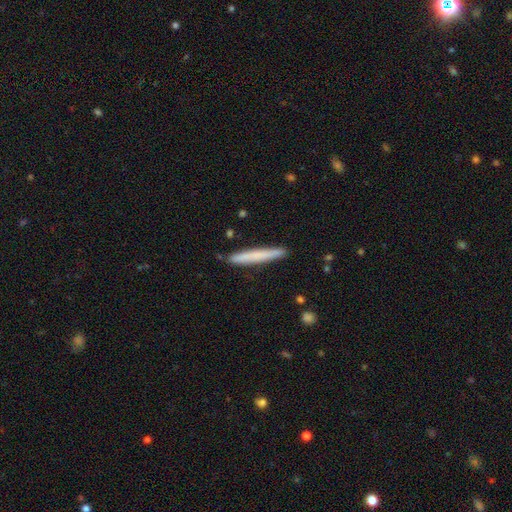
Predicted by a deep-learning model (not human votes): Morphology: type=smooth (69%); roundness=cigar-shaped (97%); merging=none (90%).